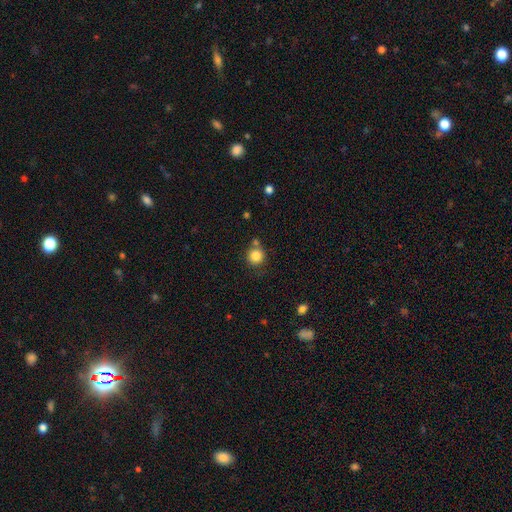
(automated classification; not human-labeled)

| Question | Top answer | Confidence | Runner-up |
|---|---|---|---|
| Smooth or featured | smooth | 83% | star or artifact (11%) |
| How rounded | round | 92% | in between (7%) |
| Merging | none | 72% | merger (13%) |